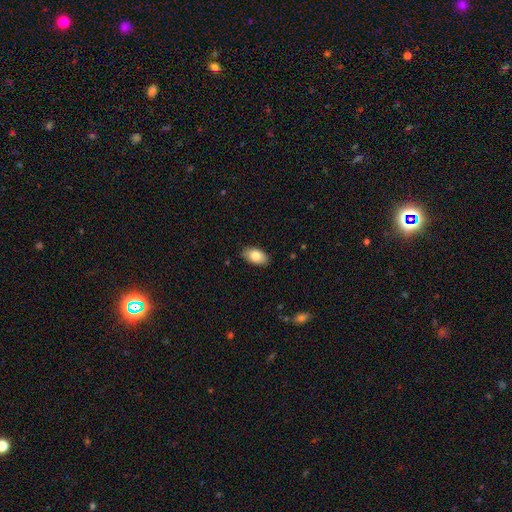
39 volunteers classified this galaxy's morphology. This appears to be a smooth galaxy with no disk features (87%) that is in between round and cigar-shaped (91%). Merging: none (84%).